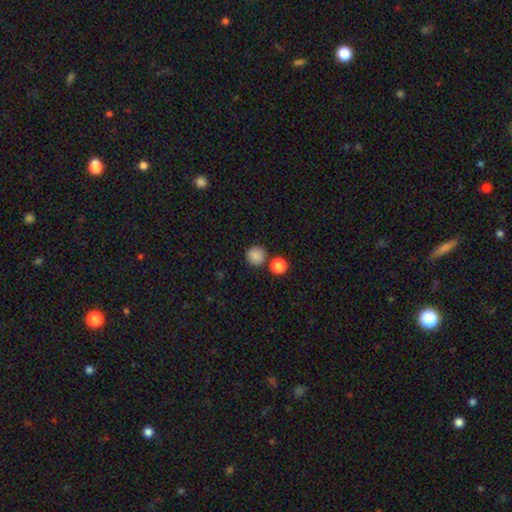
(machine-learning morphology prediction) The model was most divided on "merging": none: 81%, merger: 9%, minor disturbance: 8%, major disturbance: 3%. More confident: how rounded — round (93%); smooth or featured — smooth (86%).